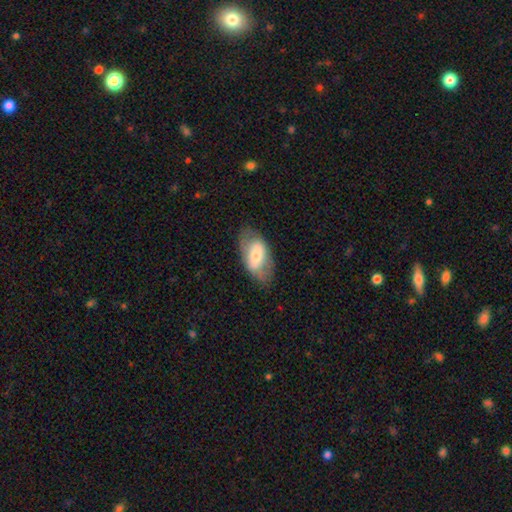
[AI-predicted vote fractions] A smooth galaxy with no disk features (53%) that is in between round and cigar-shaped (92%).

Vote fractions:
- Smooth or featured? smooth: 53% / featured or disk: 41% / star or artifact: 7%
- How rounded? in between: 92% / round: 4% / cigar-shaped: 4%
- Merging? none: 69% / minor disturbance: 21% / major disturbance: 9% / merger: 1%